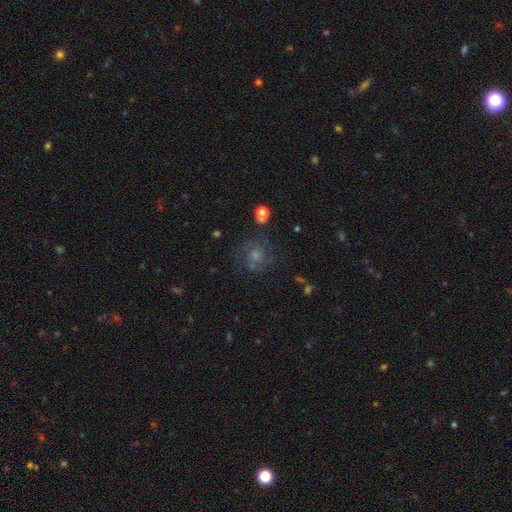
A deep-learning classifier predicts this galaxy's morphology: featured or disk 49%, smooth 33%, star or artifact 18%. Down the decision tree: merging — none (66%).